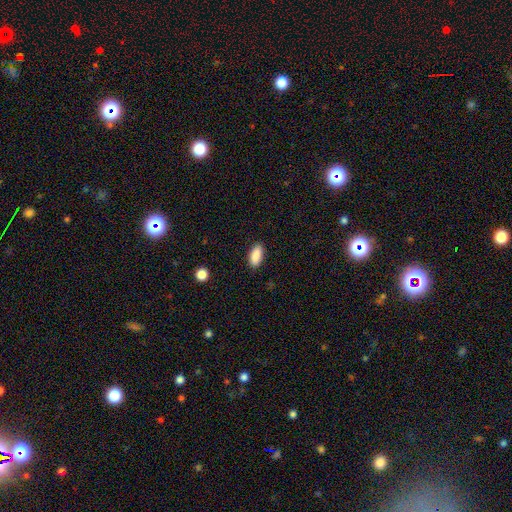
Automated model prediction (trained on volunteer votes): This is clearly a smooth galaxy (89%). How rounded: clearly in between (88%). Merging: clearly none (88%).